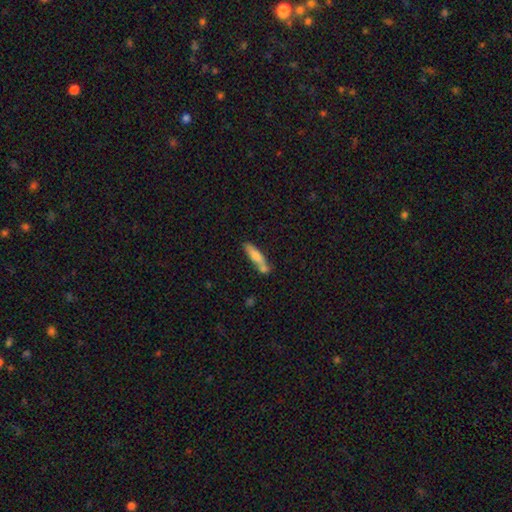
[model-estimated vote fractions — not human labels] The model was most divided on "merging": none: 54%, merger: 24%, minor disturbance: 17%, major disturbance: 5%. More confident: how rounded — cigar-shaped (74%); smooth or featured — smooth (73%).